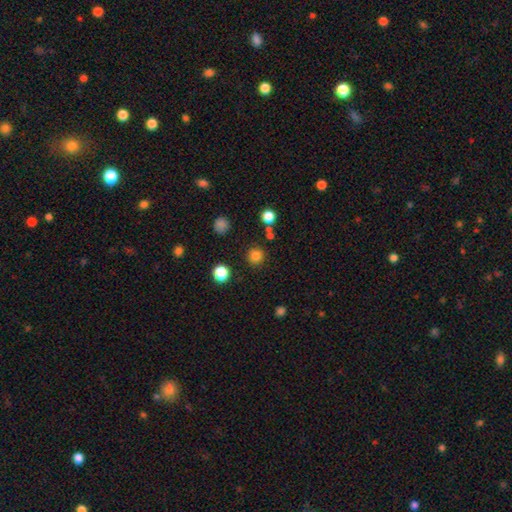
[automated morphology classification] Smooth or featured? Predicted: smooth (p=0.81). How rounded? Predicted: round (p=0.94). Merging? Predicted: none (p=0.88).